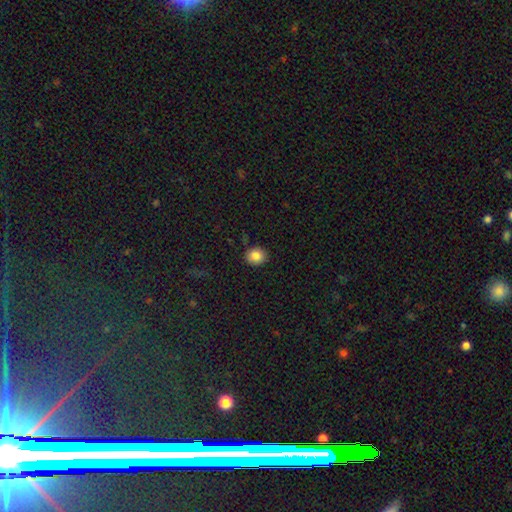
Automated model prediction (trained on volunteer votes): Smooth or featured?
  - smooth: 83% *
  - star or artifact: 10%
  - featured or disk: 7%
How rounded?
  - round: 80% *
  - in between: 19%
  - cigar-shaped: 1%
Merging?
  - none: 89% *
  - minor disturbance: 8%
  - major disturbance: 2%
  - merger: 2%